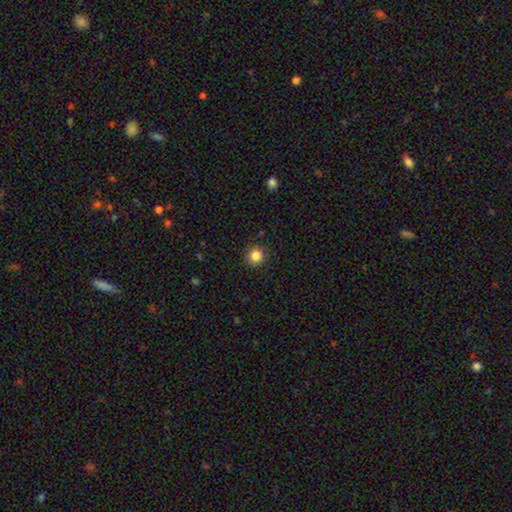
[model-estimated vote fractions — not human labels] A smooth galaxy with no disk features (86%) that is round (90%).

Vote fractions:
- Smooth or featured? smooth: 86% / star or artifact: 10% / featured or disk: 4%
- How rounded? round: 90% / in between: 9% / cigar-shaped: 1%
- Merging? none: 90% / minor disturbance: 7% / major disturbance: 2% / merger: 1%